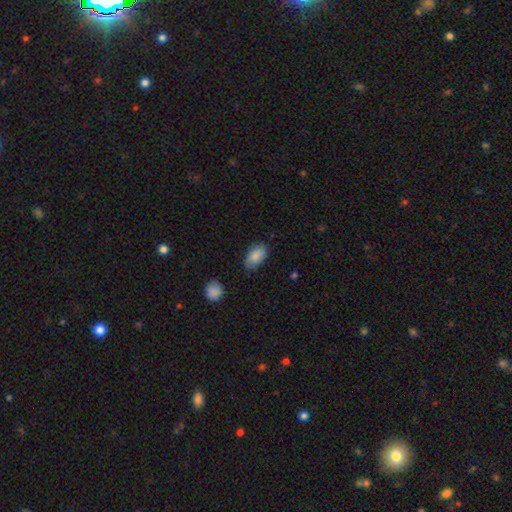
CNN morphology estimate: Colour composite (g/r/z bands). It shows a smooth galaxy with no disk features (86%) that is in between round and cigar-shaped (93%). Merging: none (76%).